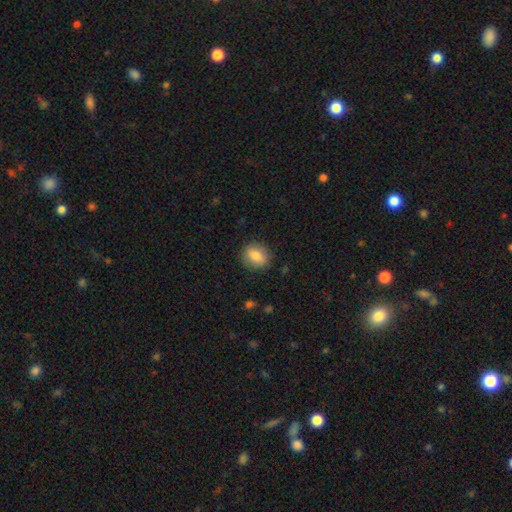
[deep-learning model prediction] Morphology: type=smooth (79%); roundness=round (66%); merging=none (86%).